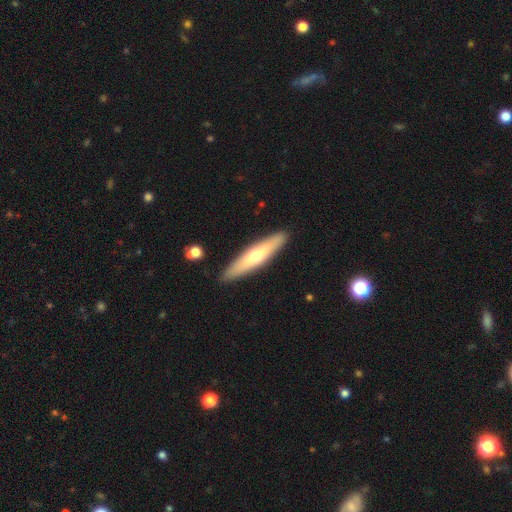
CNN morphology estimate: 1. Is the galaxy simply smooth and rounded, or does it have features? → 52% smooth, 43% featured or disk, 5% star or artifact.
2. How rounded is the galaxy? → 84% cigar-shaped, 14% in between, 1% round.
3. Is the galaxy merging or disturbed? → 90% none, 7% minor disturbance, 1% major disturbance, 1% merger.